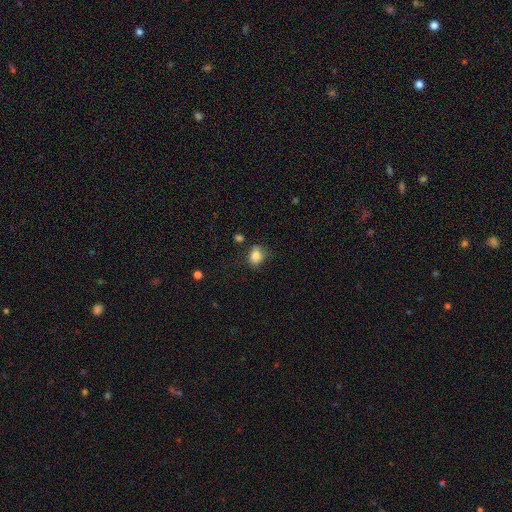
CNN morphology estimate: This appears to be a smooth galaxy with no disk features (83%) that is in between round and cigar-shaped (56%). Merging: none (65%).